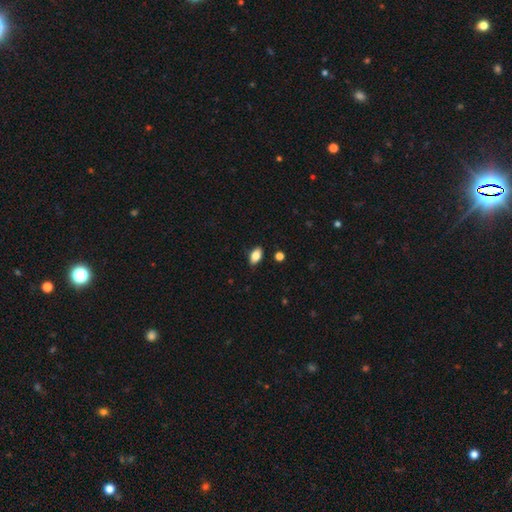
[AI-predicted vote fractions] Q: Smooth or featured?
A: smooth (82%); runner-up: featured or disk (9%)
Q: How rounded?
A: in between (90%); runner-up: round (7%)
Q: Merging?
A: none (87%); runner-up: minor disturbance (10%)